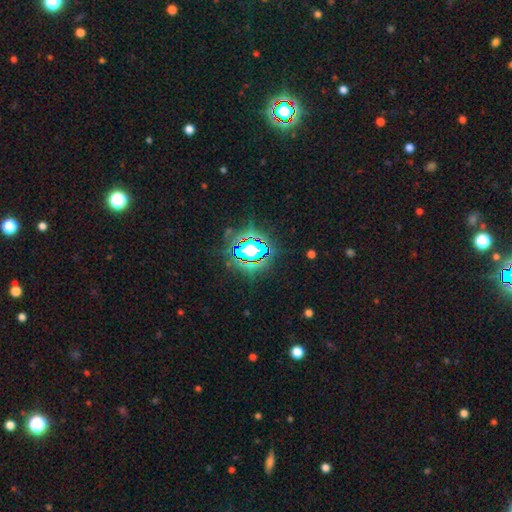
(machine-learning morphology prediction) Smooth or featured? star or artifact (72%)